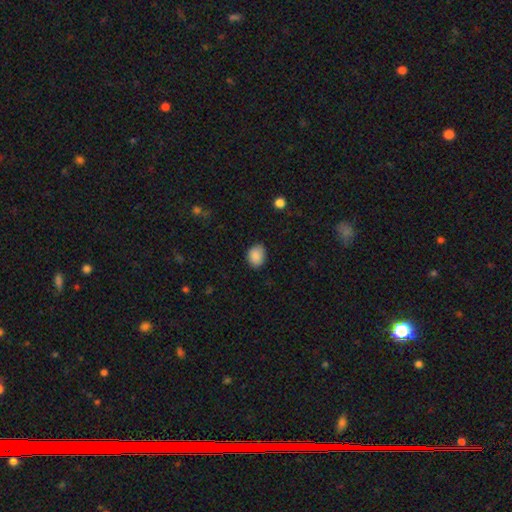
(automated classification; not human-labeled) A smooth galaxy with no disk features (88%) that is in between round and cigar-shaped (56%).

Vote fractions:
- Smooth or featured? smooth: 88% / star or artifact: 8% / featured or disk: 4%
- How rounded? in between: 56% / round: 43% / cigar-shaped: 1%
- Merging? none: 80% / minor disturbance: 16% / major disturbance: 3% / merger: 1%